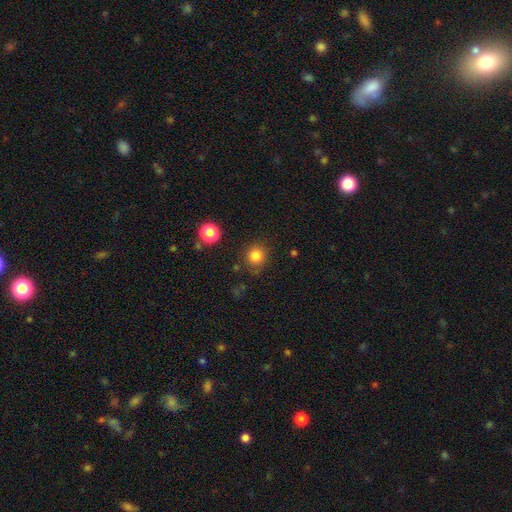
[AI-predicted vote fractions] Overall: smooth (83%). How rounded: round (89%). Merging: none (82%).